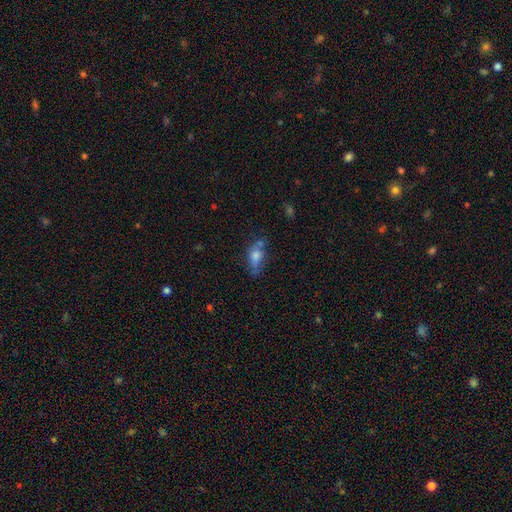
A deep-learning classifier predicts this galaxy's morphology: Q: Smooth or featured?
A: smooth (57%); runner-up: featured or disk (31%)
Q: How rounded?
A: in between (73%); runner-up: cigar-shaped (19%)
Q: Merging?
A: none (52%); runner-up: minor disturbance (27%)